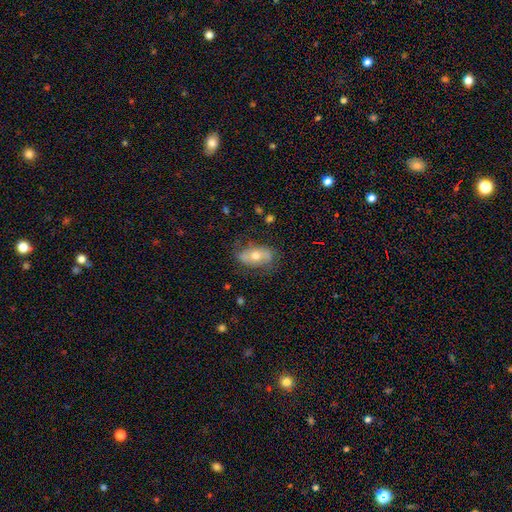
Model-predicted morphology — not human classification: A featured or disk galaxy (49%). Merging: none (73%).